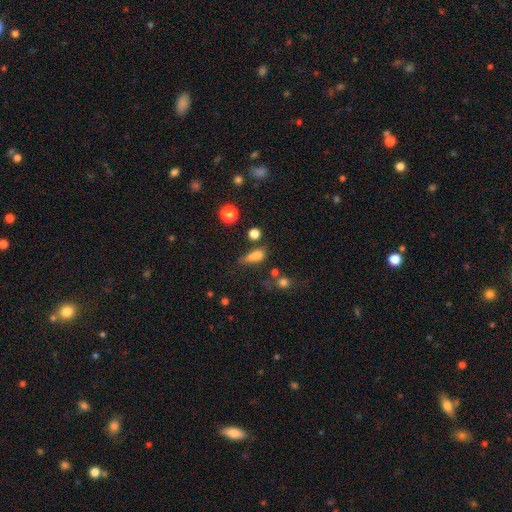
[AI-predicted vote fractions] The model was most divided on "merging": none: 39%, minor disturbance: 28%, major disturbance: 19%, merger: 13%. More confident: smooth or featured — smooth (71%); how rounded — in between (60%).